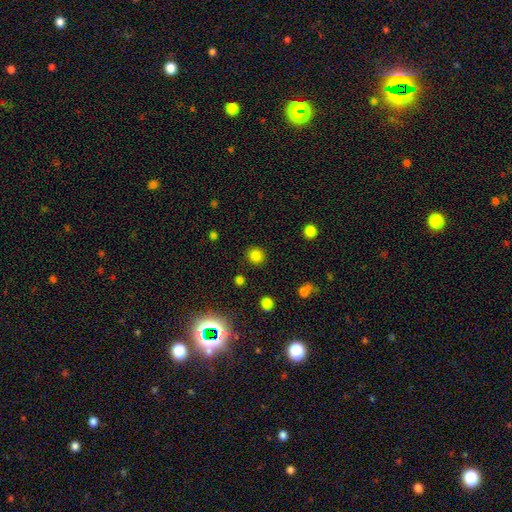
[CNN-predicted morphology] type=smooth (81%); roundness=round (89%); merging=none (89%).